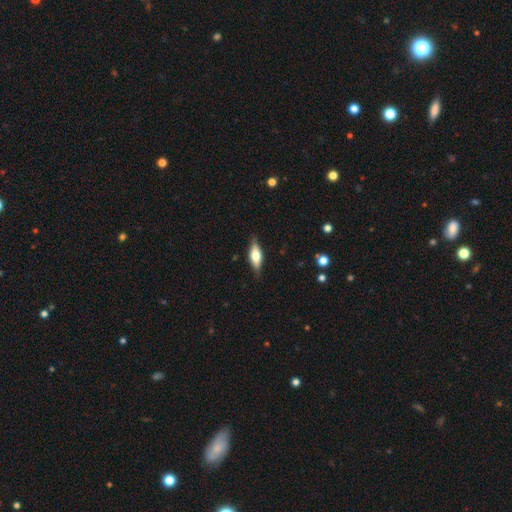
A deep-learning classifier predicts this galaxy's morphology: Overall: smooth (50%; featured or disk 44%). Merging: none (84%).